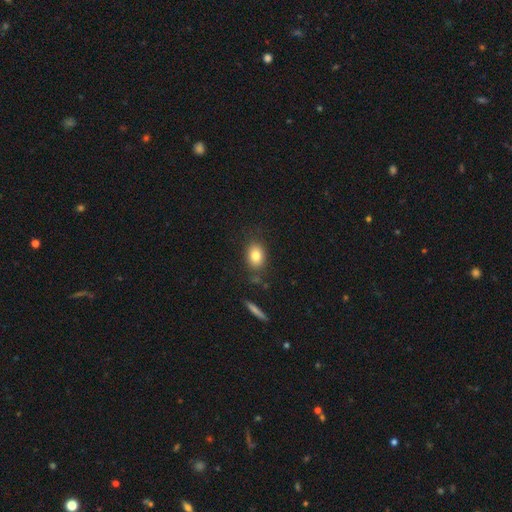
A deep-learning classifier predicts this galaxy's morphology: This appears to be a smooth galaxy with no disk features (81%) that is in between round and cigar-shaped (66%). Merging: none (81%).